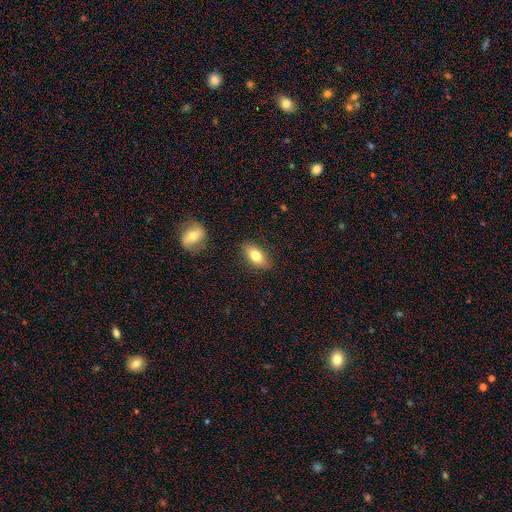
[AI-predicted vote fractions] Morphology: type=smooth (76%); roundness=in between (86%); merging=none (85%).